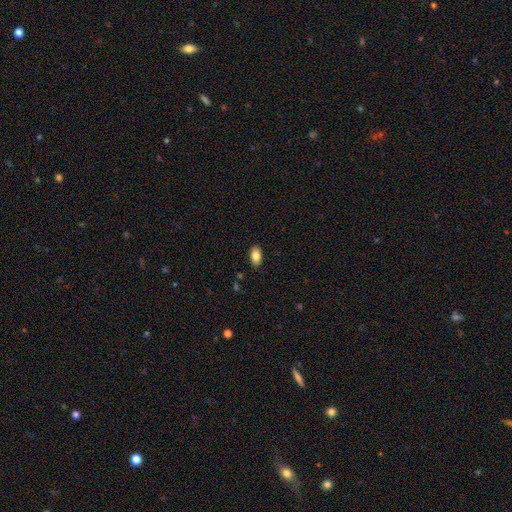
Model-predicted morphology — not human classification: smooth 85%, star or artifact 8%, featured or disk 8%. Down the decision tree: how rounded — in between (92%); merging — none (88%).